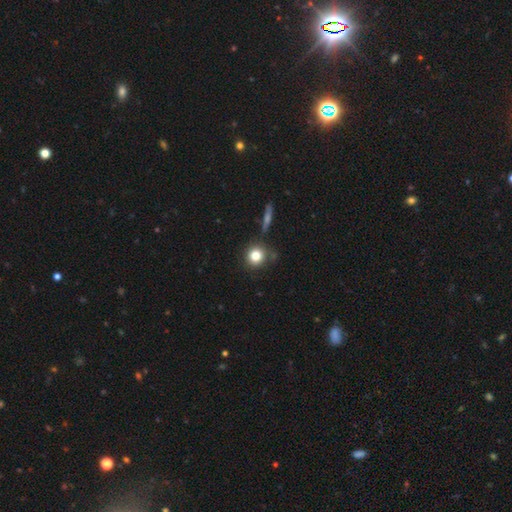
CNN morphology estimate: smooth_or_featured: smooth (p=0.80) [alt: star or artifact p=0.11]
how_rounded: round (p=0.90) [alt: in between p=0.09]
merging: none (p=0.80) [alt: minor disturbance p=0.10]